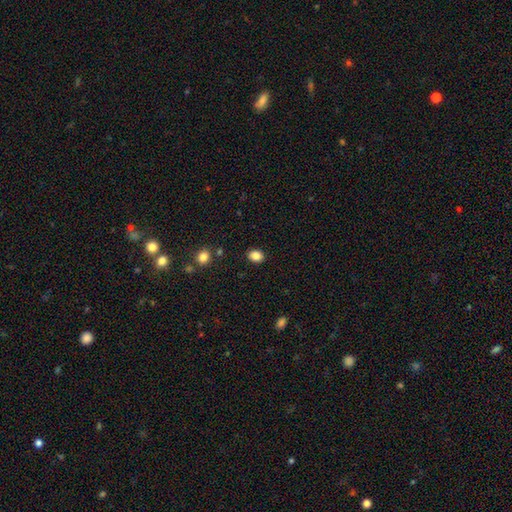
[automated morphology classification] A smooth galaxy with no disk features (86%) that is in between round and cigar-shaped (59%).

Vote fractions:
- Smooth or featured? smooth: 86% / star or artifact: 10% / featured or disk: 4%
- How rounded? in between: 59% / round: 40% / cigar-shaped: 1%
- Merging? none: 88% / minor disturbance: 8% / major disturbance: 2% / merger: 2%